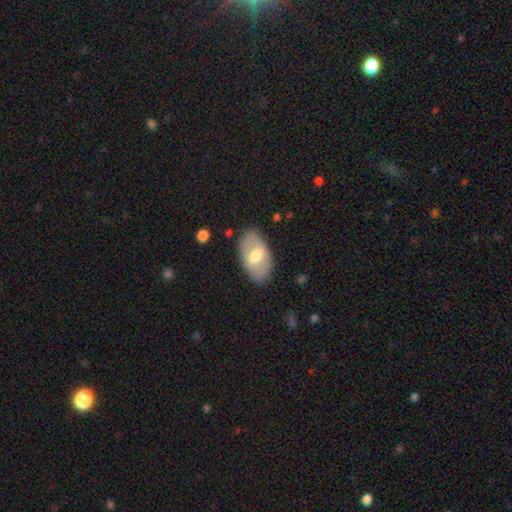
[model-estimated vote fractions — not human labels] Smooth or featured? smooth (55%)
How rounded? in between (93%)
Merging? none (83%)